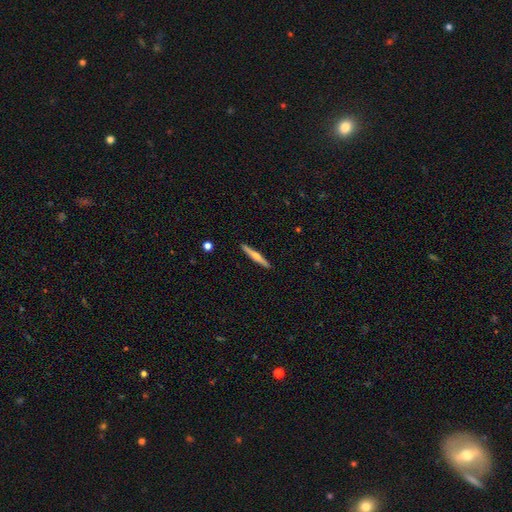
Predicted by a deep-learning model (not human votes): A featured or disk galaxy (63%) viewed edge-on (98%) with a rounded central bulge (87%).

Vote fractions:
- Smooth or featured? featured or disk: 63% / smooth: 32% / star or artifact: 5%
- Edge-on disk? yes: 98% / no: 2%
- Edge-on bulge? rounded: 87% / none: 10% / boxy: 4%
- Merging? none: 92% / minor disturbance: 6% / major disturbance: 1% / merger: 1%